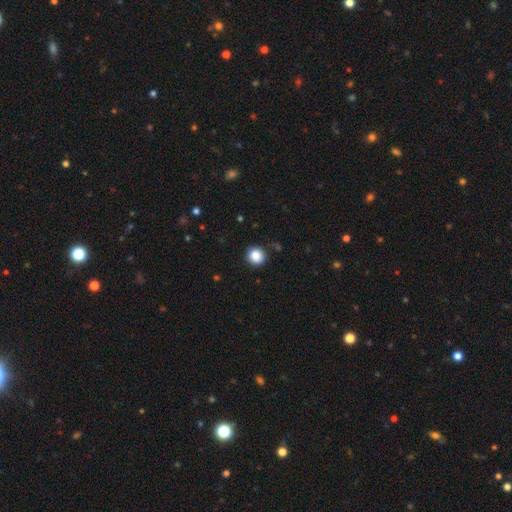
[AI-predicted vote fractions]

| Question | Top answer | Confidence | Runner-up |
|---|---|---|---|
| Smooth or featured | smooth | 86% | star or artifact (10%) |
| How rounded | round | 92% | in between (7%) |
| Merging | none | 89% | minor disturbance (7%) |